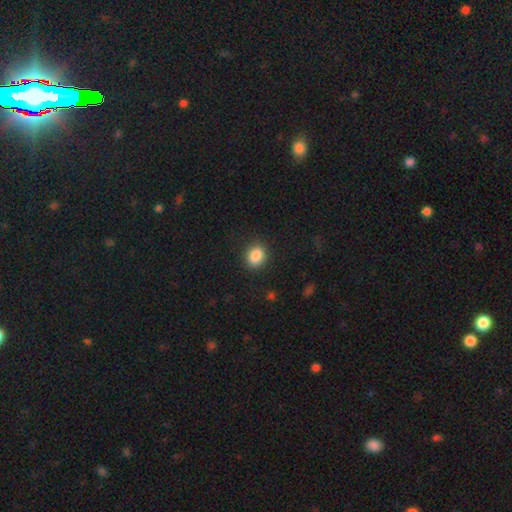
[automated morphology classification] A smooth galaxy with no disk features (87%) that is round (56%). Merging: none (89%).